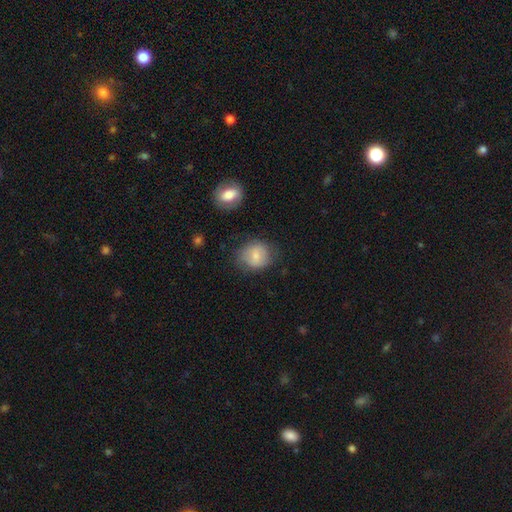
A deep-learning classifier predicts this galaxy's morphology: Smooth or featured? smooth (73%)
How rounded? round (73%)
Merging? none (70%)